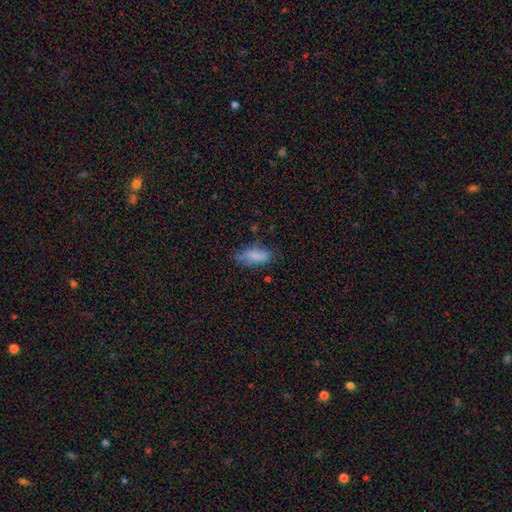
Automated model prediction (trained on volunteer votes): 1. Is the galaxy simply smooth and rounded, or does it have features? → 77% smooth, 14% featured or disk, 9% star or artifact.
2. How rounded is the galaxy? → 79% in between, 18% cigar-shaped, 3% round.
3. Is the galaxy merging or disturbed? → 54% none, 32% minor disturbance, 12% major disturbance, 3% merger.